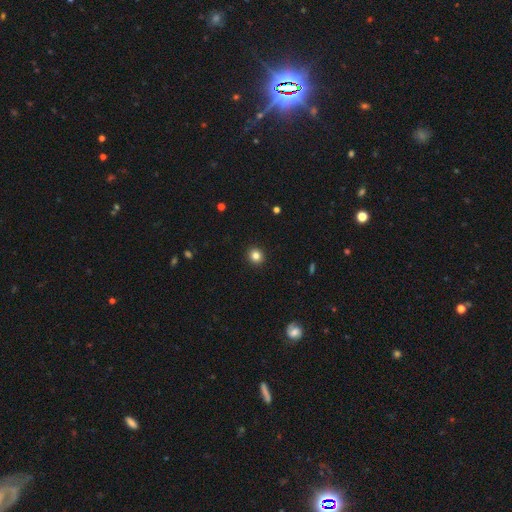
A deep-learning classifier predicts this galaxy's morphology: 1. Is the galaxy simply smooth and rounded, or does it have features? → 83% smooth, 12% star or artifact, 5% featured or disk.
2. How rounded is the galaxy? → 90% round, 9% in between, 1% cigar-shaped.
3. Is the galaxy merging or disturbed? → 93% none, 4% minor disturbance, 1% major disturbance, 1% merger.